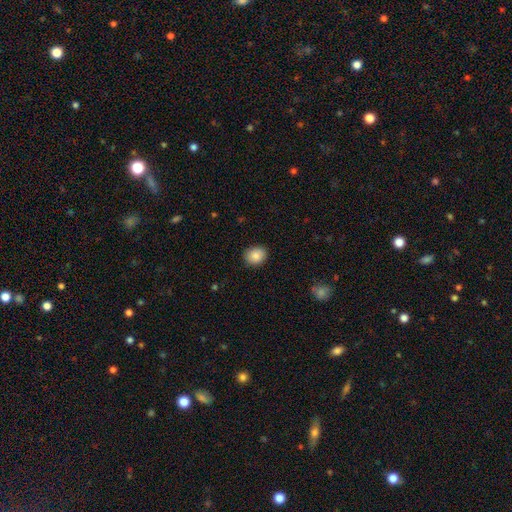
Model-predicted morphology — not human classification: Q: Smooth or featured?
A: smooth (88%); runner-up: star or artifact (8%)
Q: How rounded?
A: round (60%); runner-up: in between (39%)
Q: Merging?
A: none (89%); runner-up: minor disturbance (8%)